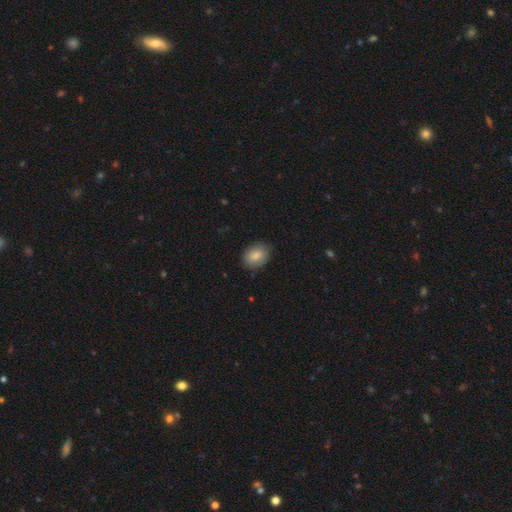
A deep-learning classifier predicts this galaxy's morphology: Smooth or featured? Predicted: smooth (p=0.85). How rounded? Predicted: in between (p=0.77). Merging? Predicted: none (p=0.79).